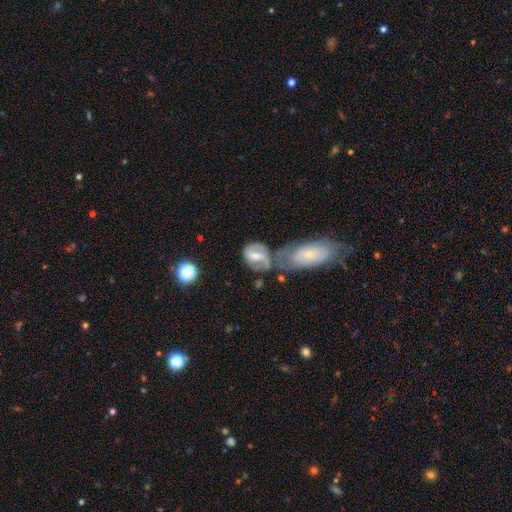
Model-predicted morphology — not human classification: A featured or disk galaxy (65%) with a weak bar (48%), 2 (77%) medium (45%) spiral arms (85%) and a moderate central bulge (41%).

Vote fractions:
- Smooth or featured? featured or disk: 65% / smooth: 27% / star or artifact: 8%
- Edge-on disk? no: 97% / yes: 3%
- Bar? weak: 48% / strong: 26% / no: 26%
- Spiral arms? yes: 85% / no: 15%
- Spiral winding? medium: 45% / loose: 35% / tight: 20%
- Spiral arm count? 2: 77% / can't tell: 11% / 1: 7% / 3: 2% / 4: 1% / more than 4: 1%
- Bulge size? moderate: 41% / small: 34% / none: 16% / large: 8% / dominant: 2%
- Merging? merger: 43% / none: 28% / minor disturbance: 16% / major disturbance: 14%